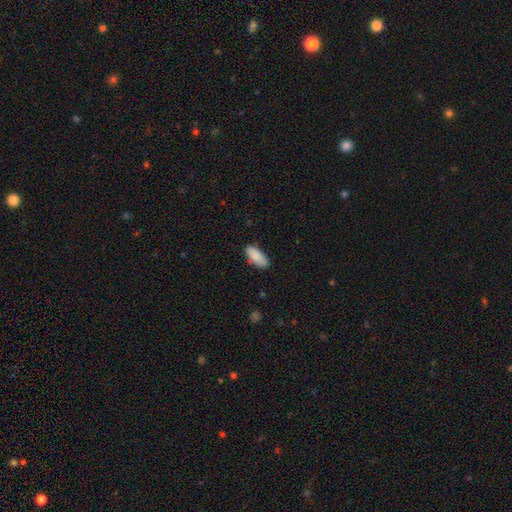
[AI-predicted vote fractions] The model was most divided on "merging": none: 79%, minor disturbance: 17%, major disturbance: 3%, merger: 2%. More confident: smooth or featured — smooth (88%); how rounded — in between (82%).